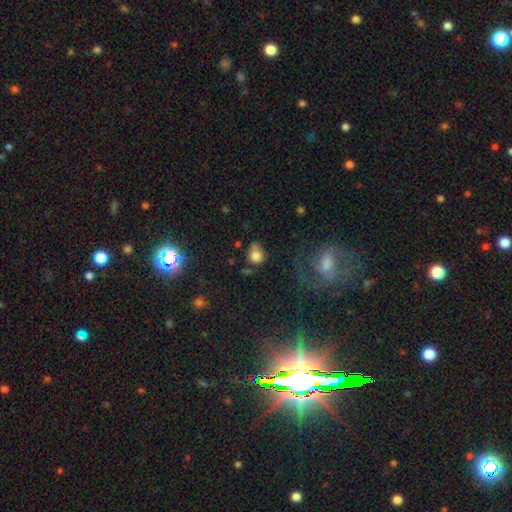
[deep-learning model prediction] This appears to be a smooth galaxy with no disk features (77%) that is round (62%). Merging: none (46%).